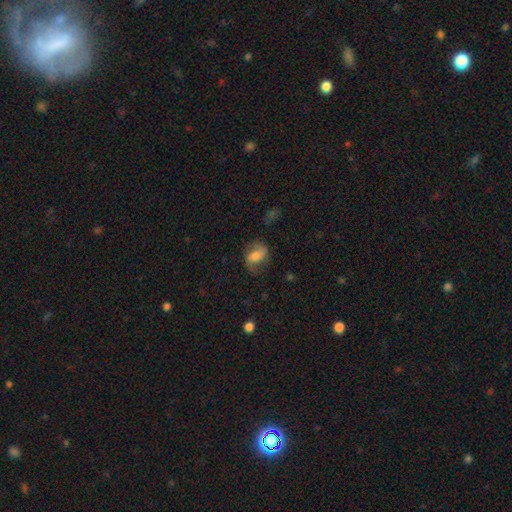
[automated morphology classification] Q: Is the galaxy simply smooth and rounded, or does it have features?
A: featured or disk — 47%.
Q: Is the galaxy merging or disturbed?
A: none — 63%.